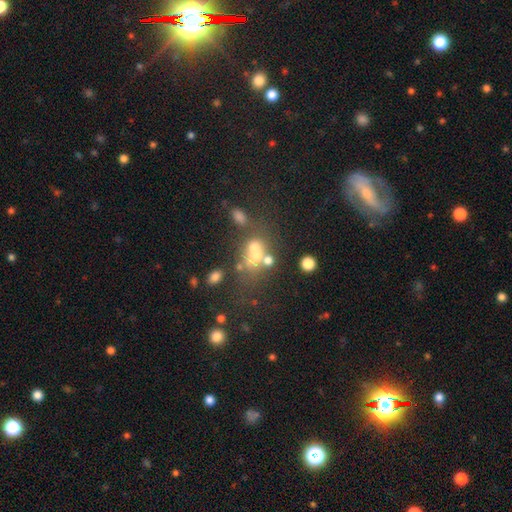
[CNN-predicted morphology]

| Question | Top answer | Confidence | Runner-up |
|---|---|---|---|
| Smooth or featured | smooth | 43% | star or artifact (30%) |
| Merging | merger | 38% | none (37%) |